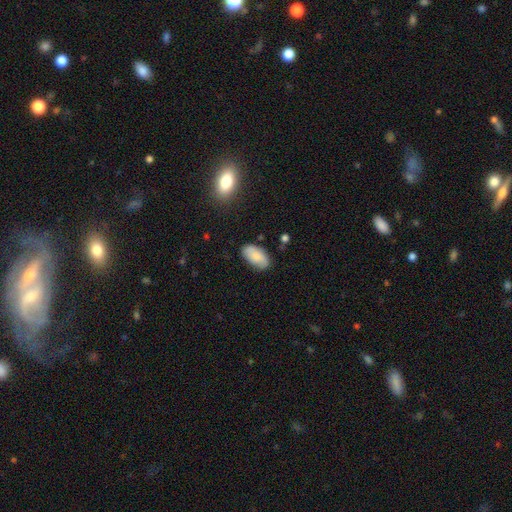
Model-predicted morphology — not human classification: The model was most divided on "merging": none: 77%, minor disturbance: 18%, major disturbance: 4%, merger: 2%. More confident: how rounded — in between (95%); smooth or featured — smooth (76%).